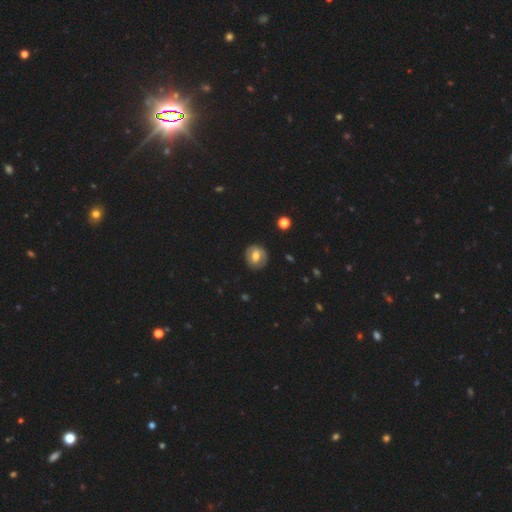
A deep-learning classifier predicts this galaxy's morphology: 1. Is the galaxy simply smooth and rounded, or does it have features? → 52% featured or disk, 41% smooth, 7% star or artifact.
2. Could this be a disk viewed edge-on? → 96% no, 4% yes.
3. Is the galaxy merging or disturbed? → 84% none, 12% minor disturbance, 4% major disturbance, 1% merger.